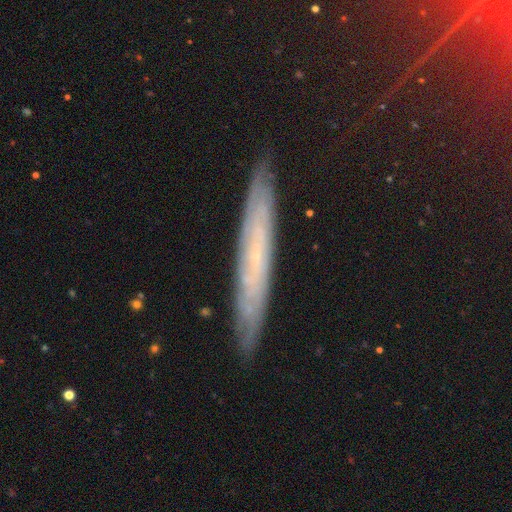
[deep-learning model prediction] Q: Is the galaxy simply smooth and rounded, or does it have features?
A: featured or disk — 64%.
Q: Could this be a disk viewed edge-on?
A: yes — 69%.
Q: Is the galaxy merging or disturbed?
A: none — 87%.